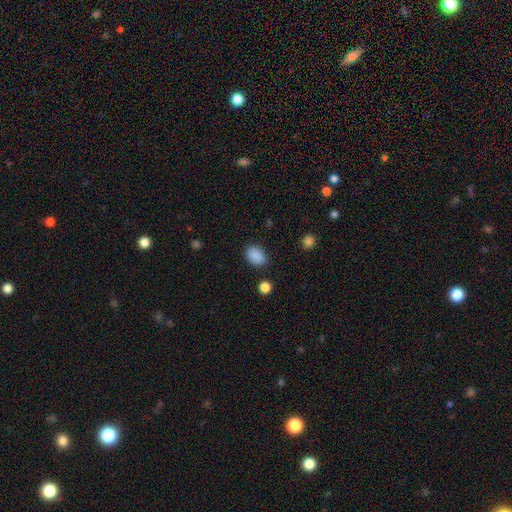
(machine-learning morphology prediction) Overall: smooth (88%). How rounded: in between (77%). Merging: none (84%).